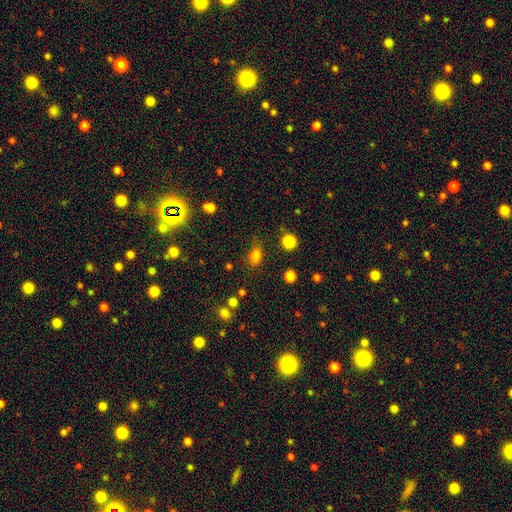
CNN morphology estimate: A smooth galaxy with no disk features (79%) that is in between round and cigar-shaped (73%). Merging: none (64%).